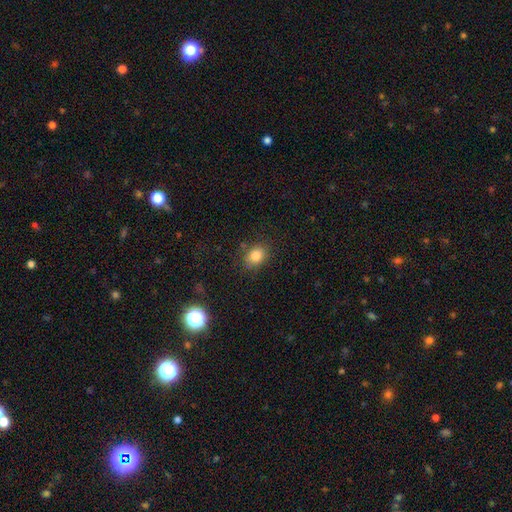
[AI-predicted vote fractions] This is clearly a smooth galaxy (82%). How rounded: possibly in between (50%). Merging: clearly none (82%).